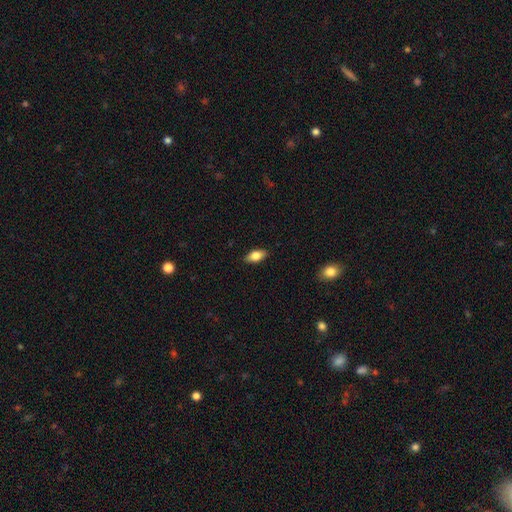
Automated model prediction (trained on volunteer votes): smooth_or_featured: smooth (p=0.79) [alt: featured or disk p=0.14]
how_rounded: in between (p=0.89) [alt: cigar-shaped p=0.07]
merging: none (p=0.88) [alt: minor disturbance p=0.09]